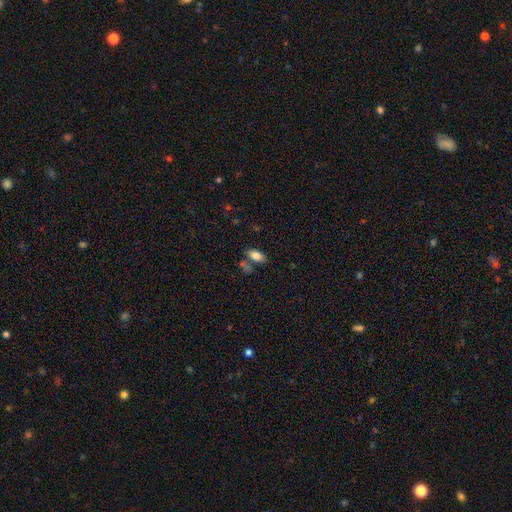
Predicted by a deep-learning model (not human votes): Overall: smooth (83%). How rounded: in between (90%). Merging: none (70%).